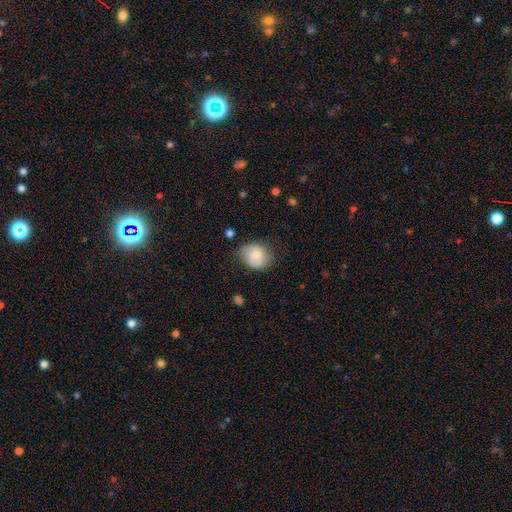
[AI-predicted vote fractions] A smooth galaxy with no disk features (71%) that is round (55%). Merging: none (70%).